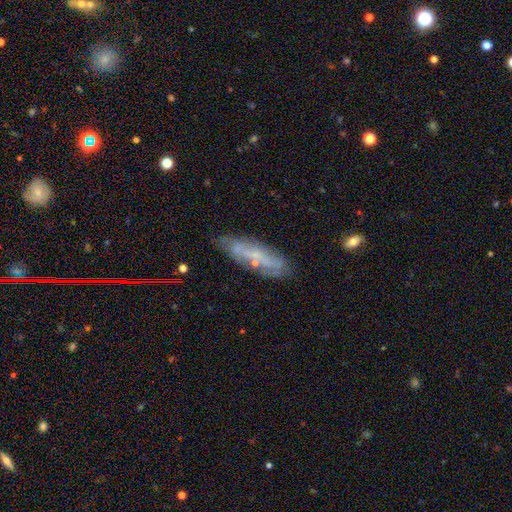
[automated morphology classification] smooth-or-featured: featured or disk: 57% | smooth: 33% | star or artifact: 10%
  disk-edge-on: no: 66% | yes: 34%
  merging: none: 71% | minor disturbance: 20% | major disturbance: 6% | merger: 3%